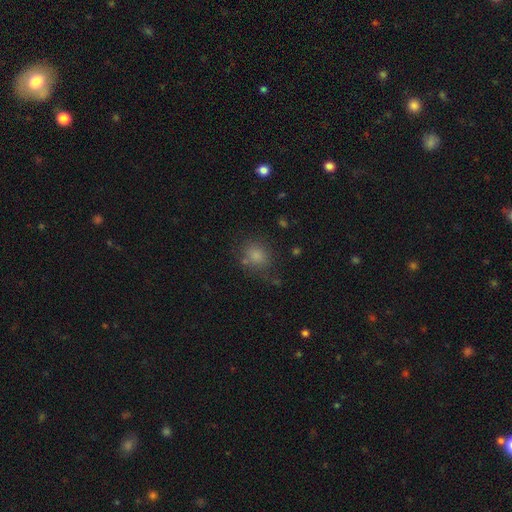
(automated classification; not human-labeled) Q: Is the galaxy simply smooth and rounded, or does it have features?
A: smooth — 81%.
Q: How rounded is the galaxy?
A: round — 68%.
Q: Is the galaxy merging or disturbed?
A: none — 69%.